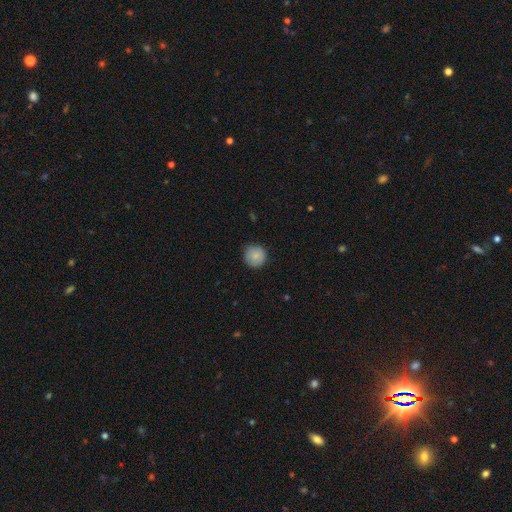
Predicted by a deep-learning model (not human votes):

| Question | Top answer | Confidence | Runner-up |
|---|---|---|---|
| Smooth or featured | smooth | 82% | featured or disk (10%) |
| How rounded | round | 94% | in between (5%) |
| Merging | none | 84% | minor disturbance (13%) |